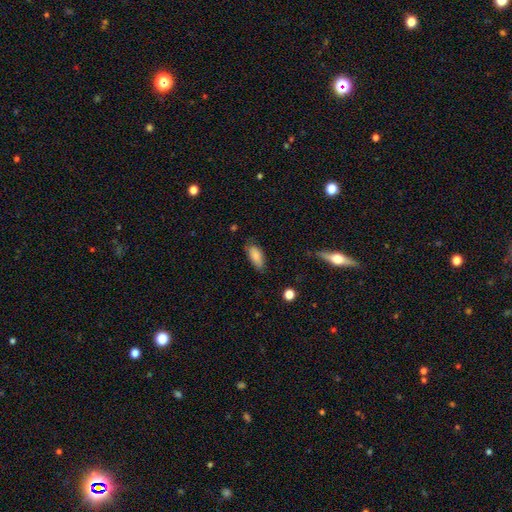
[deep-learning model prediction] Smooth or featured? smooth (82%)
How rounded? in between (85%)
Merging? none (69%)